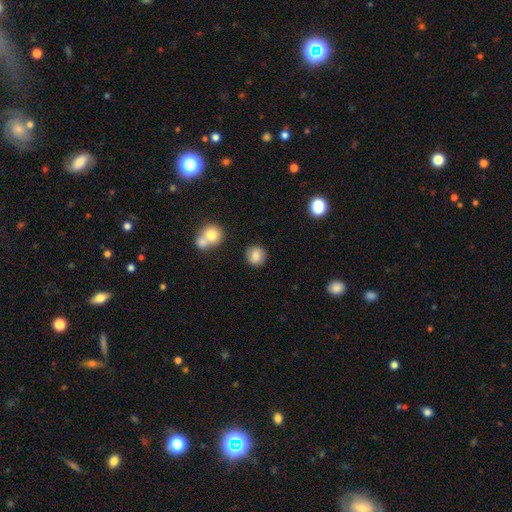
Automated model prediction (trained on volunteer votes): Q: Smooth or featured?
A: smooth (80%); runner-up: featured or disk (11%)
Q: How rounded?
A: round (88%); runner-up: in between (11%)
Q: Merging?
A: none (84%); runner-up: minor disturbance (9%)